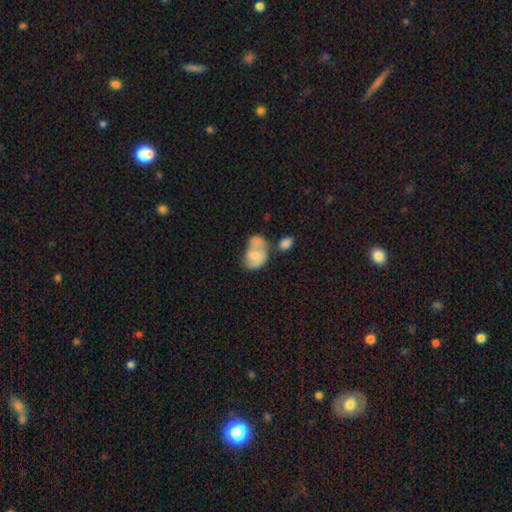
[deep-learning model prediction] A smooth galaxy with no disk features (57%) that is in between round and cigar-shaped (77%).

Vote fractions:
- Smooth or featured? smooth: 57% / featured or disk: 36% / star or artifact: 8%
- How rounded? in between: 77% / round: 21% / cigar-shaped: 1%
- Merging? merger: 45% / none: 24% / minor disturbance: 19% / major disturbance: 12%